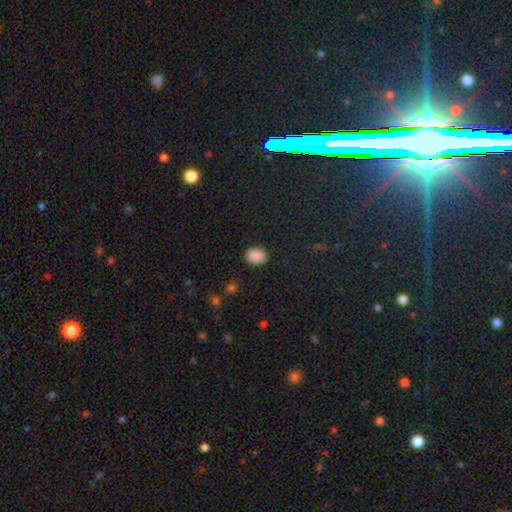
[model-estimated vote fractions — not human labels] Overall: smooth (88%). How rounded: in between (71%). Merging: none (85%).